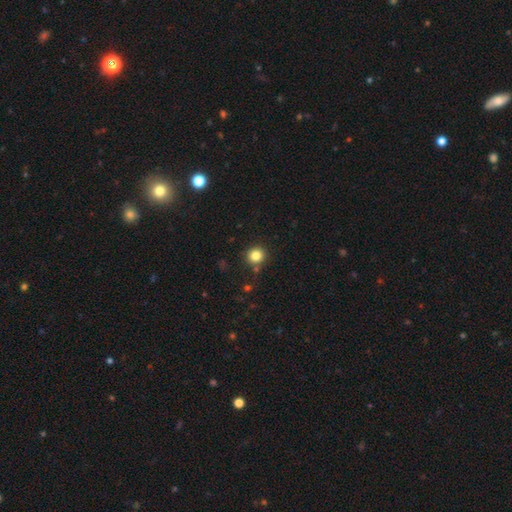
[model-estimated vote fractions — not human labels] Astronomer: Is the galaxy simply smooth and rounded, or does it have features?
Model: smooth — 83%.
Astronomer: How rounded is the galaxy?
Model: round — 91%.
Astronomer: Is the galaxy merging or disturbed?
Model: none — 85%.